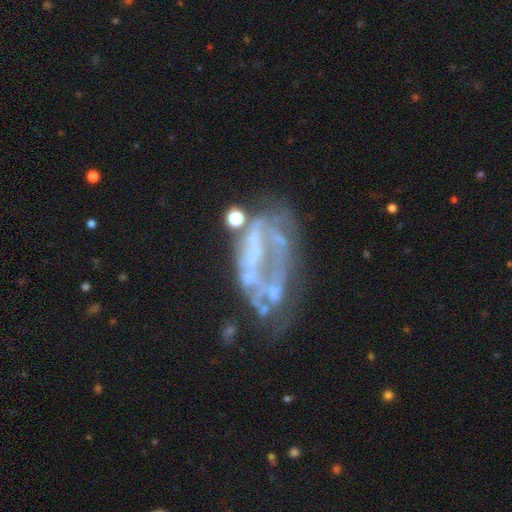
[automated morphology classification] Q: Smooth or featured?
A: featured or disk (71%); runner-up: smooth (15%)
Q: Edge-on disk?
A: no (96%); runner-up: yes (4%)
Q: Bar?
A: no (77%); runner-up: weak (14%)
Q: Spiral arms?
A: no (75%); runner-up: yes (25%)
Q: Bulge size?
A: none (74%); runner-up: small (14%)
Q: Merging?
A: major disturbance (35%); runner-up: none (32%)